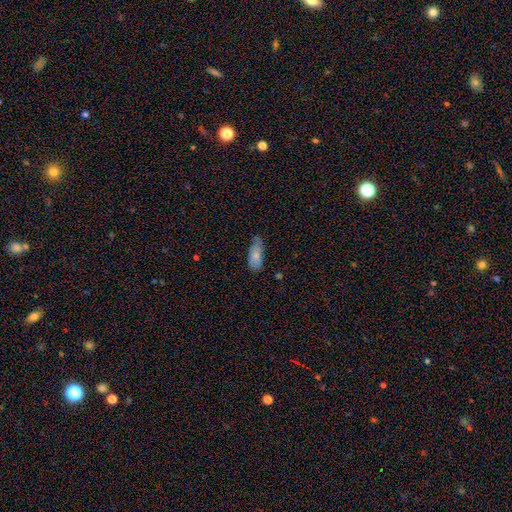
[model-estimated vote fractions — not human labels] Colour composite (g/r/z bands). It shows a smooth galaxy with no disk features (79%) that is in between round and cigar-shaped (85%). Merging: none (55%).